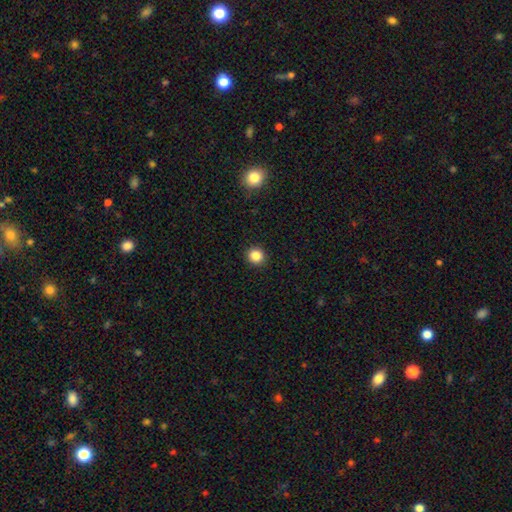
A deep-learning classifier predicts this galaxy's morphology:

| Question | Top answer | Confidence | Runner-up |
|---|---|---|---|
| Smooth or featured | smooth | 86% | star or artifact (11%) |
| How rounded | round | 90% | in between (9%) |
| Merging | none | 92% | minor disturbance (5%) |